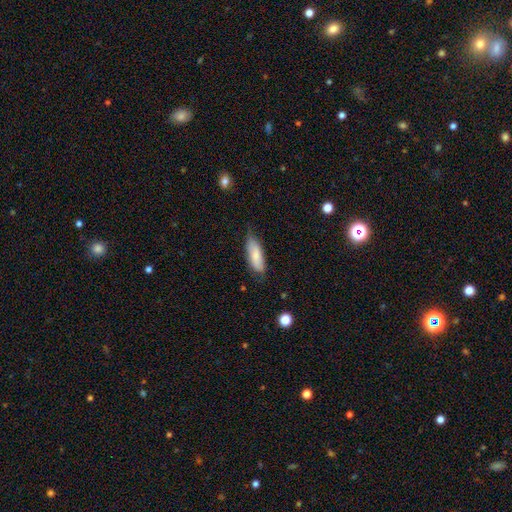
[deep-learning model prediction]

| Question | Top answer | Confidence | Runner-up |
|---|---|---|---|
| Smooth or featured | smooth | 78% | featured or disk (16%) |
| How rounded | in between | 67% | cigar-shaped (32%) |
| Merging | none | 68% | minor disturbance (27%) |